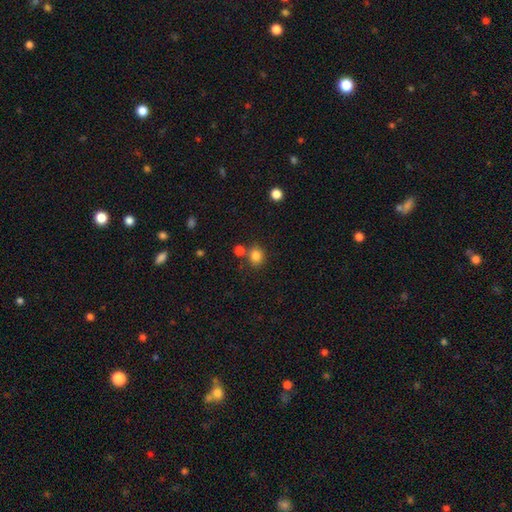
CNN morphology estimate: This appears to be a smooth galaxy with no disk features (83%) that is round (74%). Merging: none (70%).